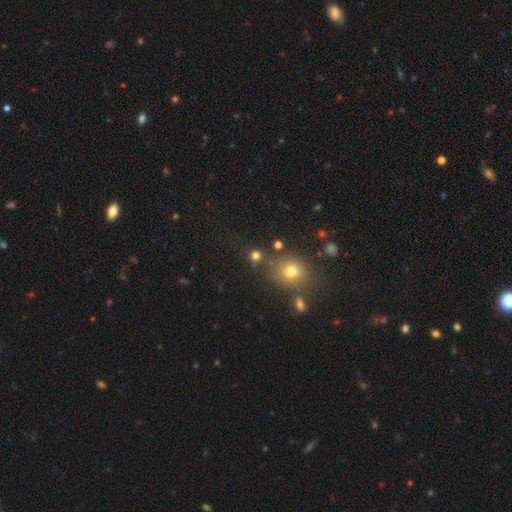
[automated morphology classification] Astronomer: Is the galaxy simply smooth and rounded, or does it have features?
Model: smooth — 74%.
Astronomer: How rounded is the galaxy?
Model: round — 87%.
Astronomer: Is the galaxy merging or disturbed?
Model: none — 76%.